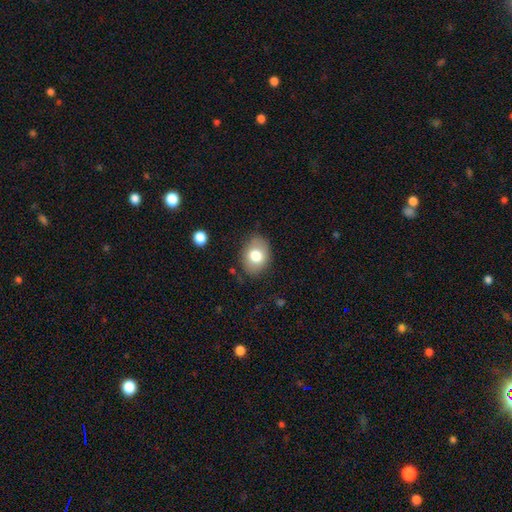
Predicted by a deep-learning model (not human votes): Morphology: type=smooth (76%); roundness=in between (69%); merging=none (80%).